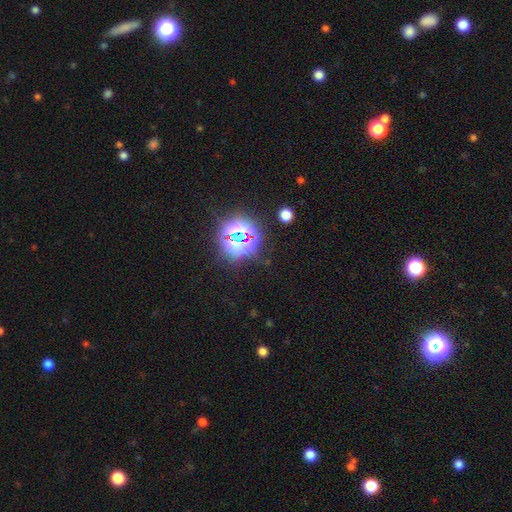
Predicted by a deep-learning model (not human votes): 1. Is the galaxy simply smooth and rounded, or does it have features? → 80% star or artifact, 13% smooth, 6% featured or disk.